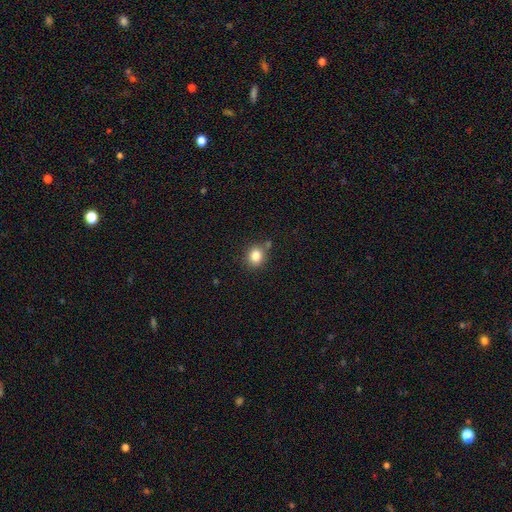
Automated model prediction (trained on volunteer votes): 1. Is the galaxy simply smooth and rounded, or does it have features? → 83% smooth, 11% star or artifact, 6% featured or disk.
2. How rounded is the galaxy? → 76% round, 23% in between, 1% cigar-shaped.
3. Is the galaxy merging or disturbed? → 75% none, 13% minor disturbance, 9% merger, 3% major disturbance.